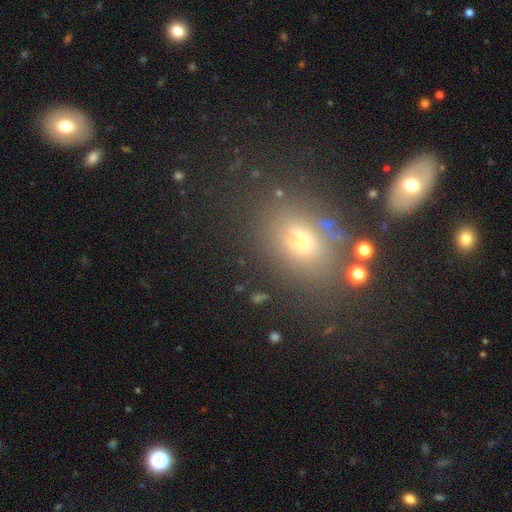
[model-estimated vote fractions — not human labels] A smooth galaxy with no disk features (60%) that is in between round and cigar-shaped (68%). Merging: none (70%).